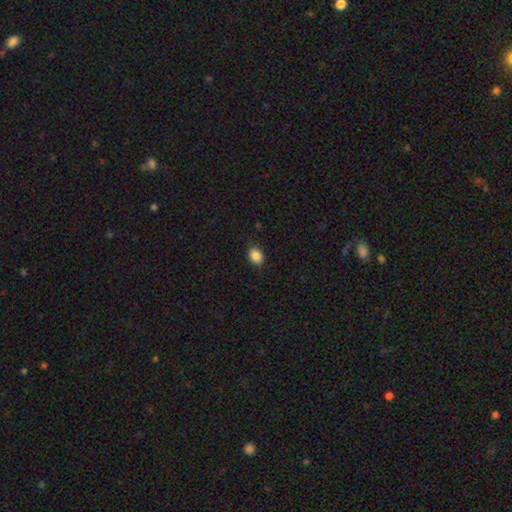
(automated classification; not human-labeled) Morphology: type=smooth (88%); roundness=in between (69%); merging=none (85%).